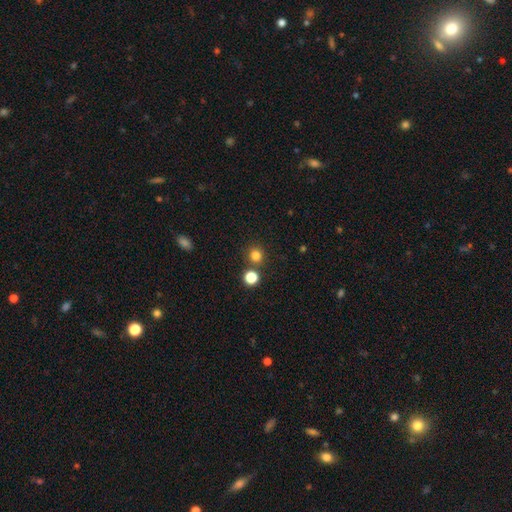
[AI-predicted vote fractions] Smooth or featured? smooth (80%)
How rounded? round (91%)
Merging? none (79%)